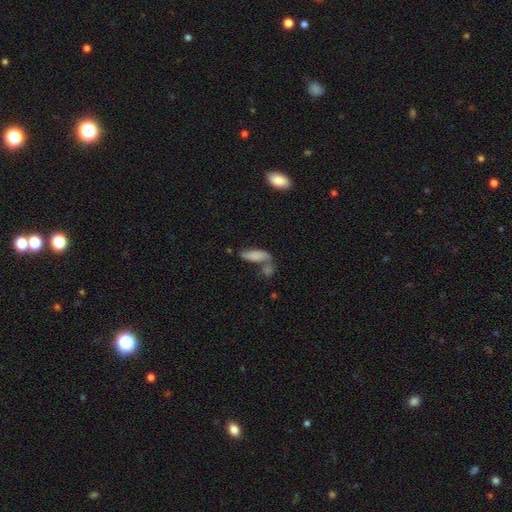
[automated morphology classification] Smooth or featured?
  - smooth: 69% *
  - featured or disk: 21%
  - star or artifact: 10%
How rounded?
  - in between: 71% *
  - cigar-shaped: 25%
  - round: 4%
Merging?
  - merger: 37% *
  - none: 35%
  - minor disturbance: 17%
  - major disturbance: 11%